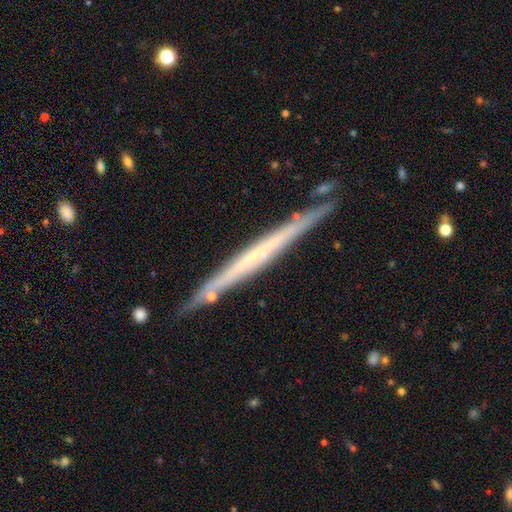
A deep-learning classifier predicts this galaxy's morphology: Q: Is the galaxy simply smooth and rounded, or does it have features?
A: featured or disk — 66%.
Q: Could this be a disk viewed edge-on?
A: yes — 96%.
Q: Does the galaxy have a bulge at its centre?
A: none — 85%.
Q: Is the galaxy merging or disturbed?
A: none — 85%.